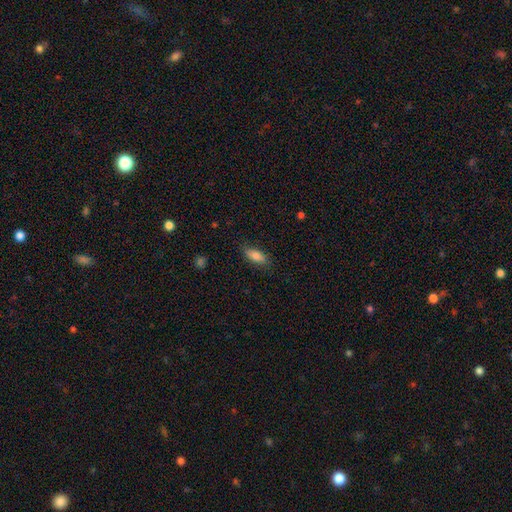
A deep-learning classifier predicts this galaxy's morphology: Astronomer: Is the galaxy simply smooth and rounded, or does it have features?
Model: smooth — 82%.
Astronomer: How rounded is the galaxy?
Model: in between — 81%.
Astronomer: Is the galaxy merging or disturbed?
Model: none — 80%.